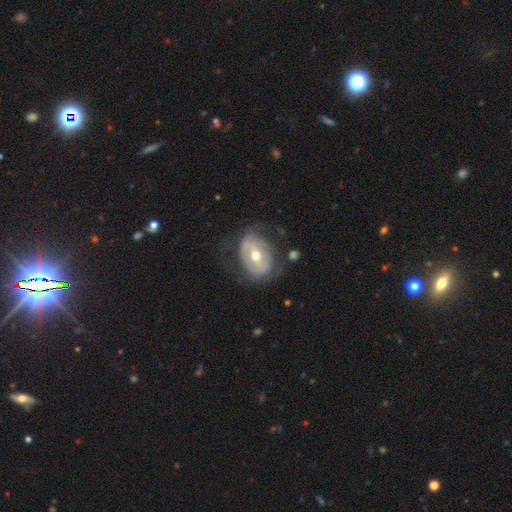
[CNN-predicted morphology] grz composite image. It shows a featured or disk galaxy (65%) with a weak bar (37%), no spiral arms (53%) and a moderate central bulge (68%). Merging: none (58%).